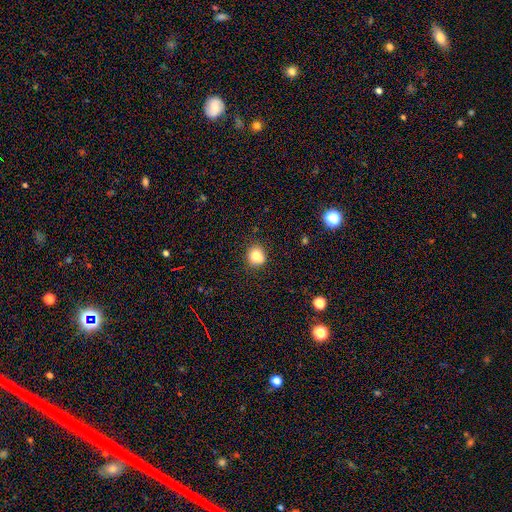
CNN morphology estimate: This appears to be a smooth galaxy with no disk features (78%) that is round (74%). Merging: none (71%).